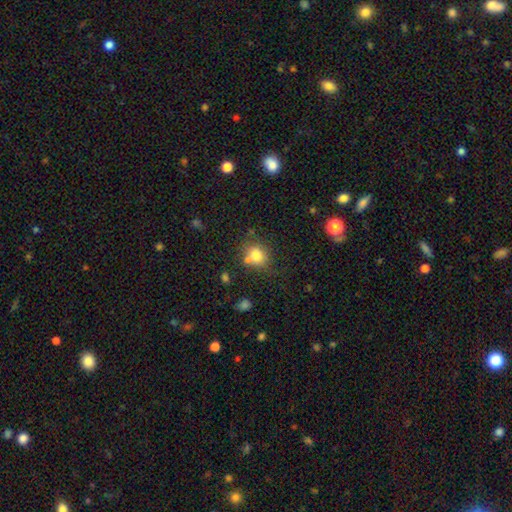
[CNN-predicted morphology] smooth_or_featured: smooth (p=0.78) [alt: star or artifact p=0.12]
how_rounded: round (p=0.68) [alt: in between p=0.31]
merging: none (p=0.62) [alt: merger p=0.18]